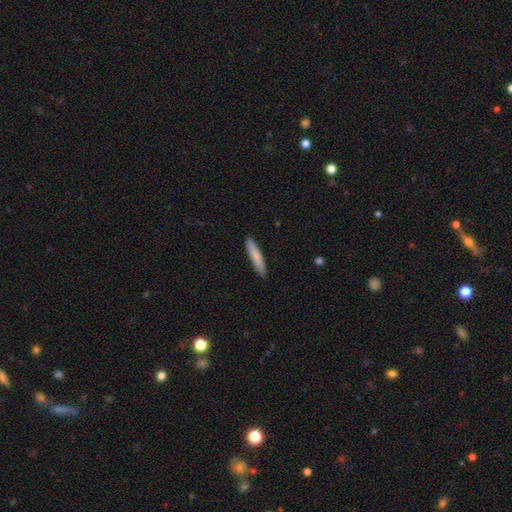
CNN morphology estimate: type=smooth (79%); roundness=cigar-shaped (92%); merging=none (90%).